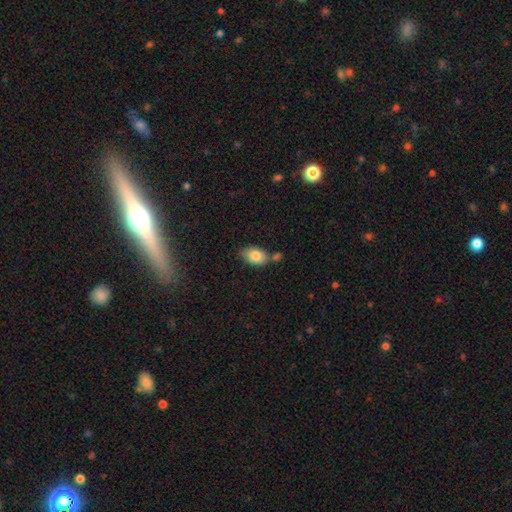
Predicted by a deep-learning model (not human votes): The model was most divided on "merging": none: 59%, minor disturbance: 19%, merger: 17%, major disturbance: 4%. More confident: how rounded — in between (89%); smooth or featured — smooth (81%).